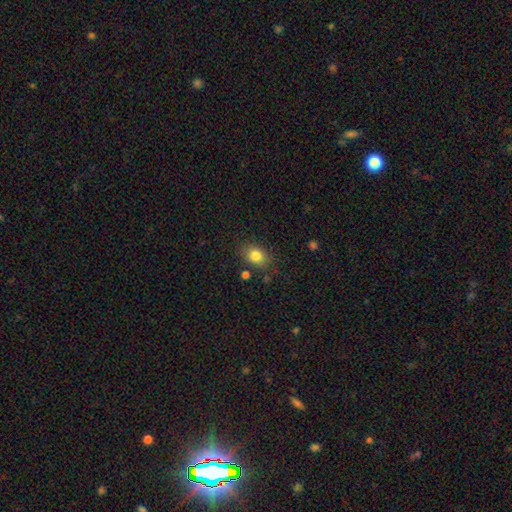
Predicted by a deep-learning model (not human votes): Overall: smooth (83%). How rounded: in between (62%; round 36%). Merging: none (78%).